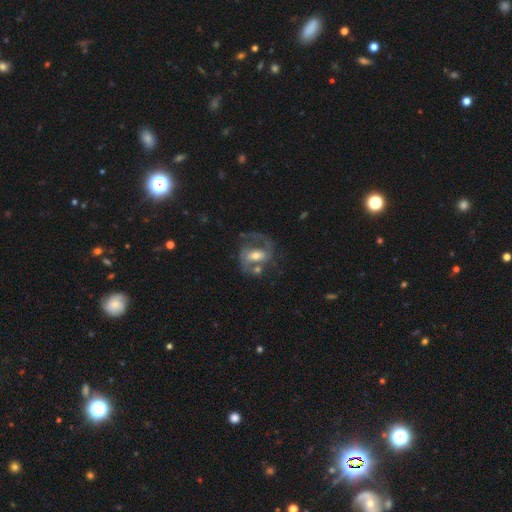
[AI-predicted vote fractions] A featured or disk galaxy (77%) with a weak bar (44%), 2 (72%) medium (52%) spiral arms (87%) and a moderate central bulge (62%).

Vote fractions:
- Smooth or featured? featured or disk: 77% / smooth: 16% / star or artifact: 7%
- Edge-on disk? no: 96% / yes: 4%
- Bar? weak: 44% / no: 29% / strong: 27%
- Spiral arms? yes: 87% / no: 13%
- Spiral winding? medium: 52% / loose: 25% / tight: 23%
- Spiral arm count? 2: 72% / 1: 16% / can't tell: 8% / 3: 2% / 4: 1% / more than 4: 1%
- Bulge size? moderate: 62% / small: 25% / large: 10% / none: 2% / dominant: 1%
- Merging? none: 48% / major disturbance: 21% / minor disturbance: 17% / merger: 14%